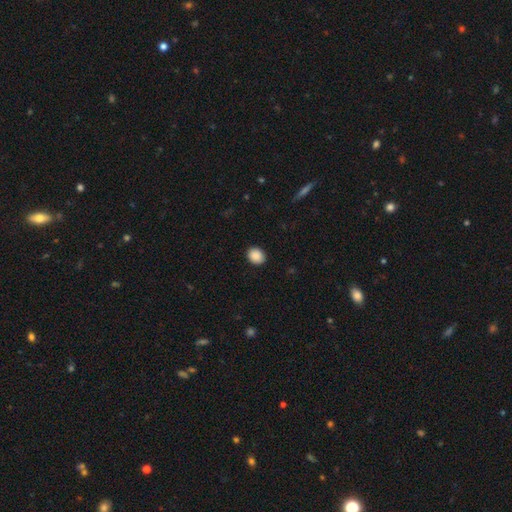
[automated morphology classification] Q: Smooth or featured?
A: smooth (90%); runner-up: star or artifact (8%)
Q: How rounded?
A: round (58%); runner-up: in between (41%)
Q: Merging?
A: none (91%); runner-up: minor disturbance (6%)